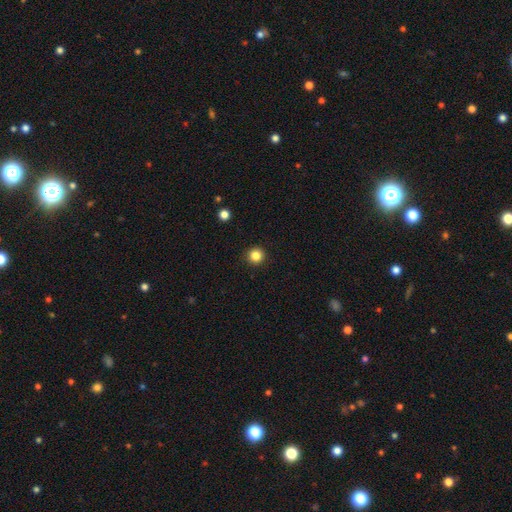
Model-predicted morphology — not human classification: type=smooth (85%); roundness=round (96%); merging=none (93%).